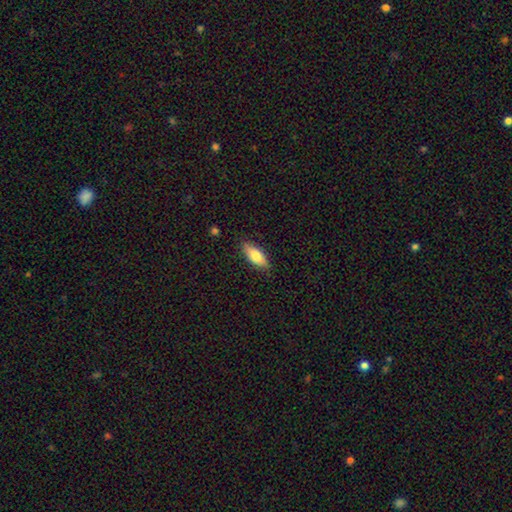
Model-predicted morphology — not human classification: Smooth or featured?
  - smooth: 75% *
  - featured or disk: 19%
  - star or artifact: 6%
How rounded?
  - in between: 76% *
  - cigar-shaped: 22%
  - round: 2%
Merging?
  - none: 84% *
  - minor disturbance: 12%
  - major disturbance: 2%
  - merger: 1%